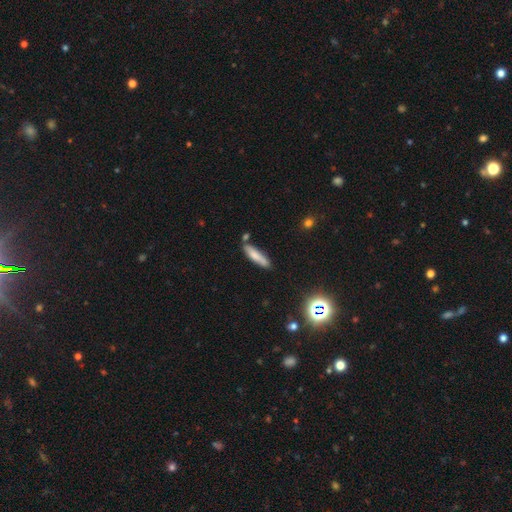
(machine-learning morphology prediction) type=smooth (76%); roundness=cigar-shaped (76%); merging=none (73%).